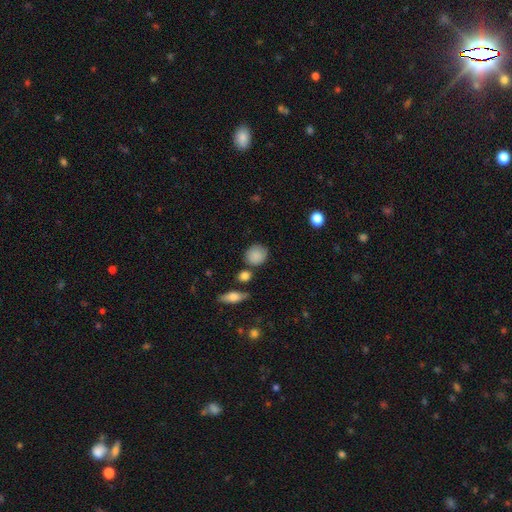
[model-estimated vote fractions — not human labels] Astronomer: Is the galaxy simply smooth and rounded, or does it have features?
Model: smooth — 85%.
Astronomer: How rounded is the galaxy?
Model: round — 81%.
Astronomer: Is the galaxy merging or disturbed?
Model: none — 77%.